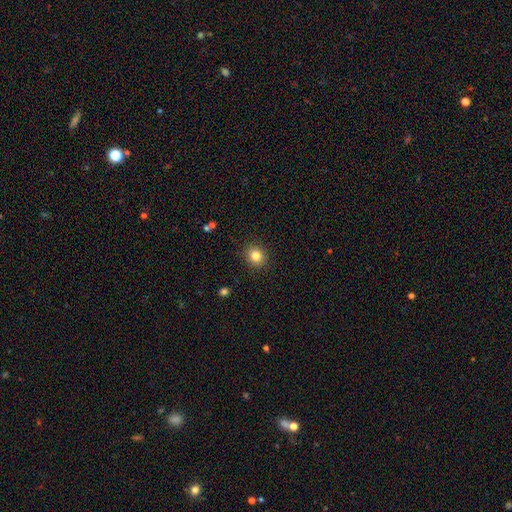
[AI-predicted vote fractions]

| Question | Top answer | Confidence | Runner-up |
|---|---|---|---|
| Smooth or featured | smooth | 82% | star or artifact (11%) |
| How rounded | round | 81% | in between (19%) |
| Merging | none | 90% | minor disturbance (7%) |